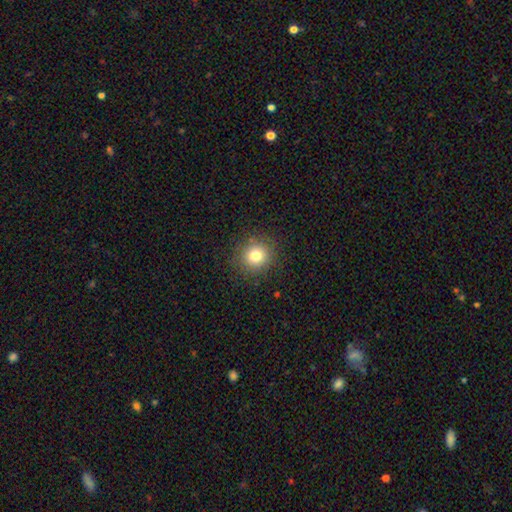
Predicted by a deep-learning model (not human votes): Smooth or featured? Predicted: smooth (p=0.79). How rounded? Predicted: round (p=0.90). Merging? Predicted: none (p=0.89).